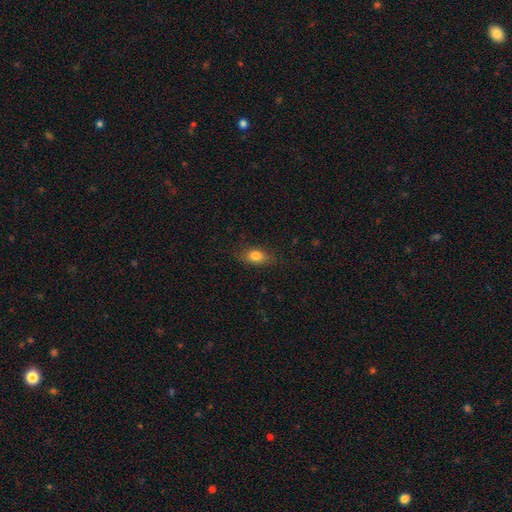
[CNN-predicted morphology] This is clearly a smooth galaxy (80%). How rounded: likely in between (79%). Merging: likely none (78%).